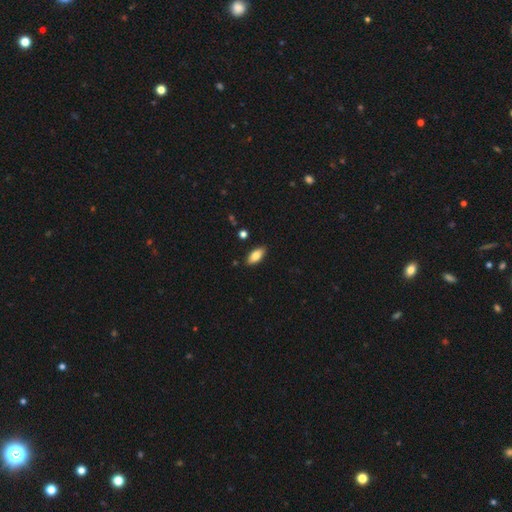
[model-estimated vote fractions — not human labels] Smooth or featured?
  - smooth: 82% *
  - featured or disk: 11%
  - star or artifact: 7%
How rounded?
  - in between: 86% *
  - cigar-shaped: 12%
  - round: 2%
Merging?
  - none: 87% *
  - minor disturbance: 9%
  - major disturbance: 2%
  - merger: 2%